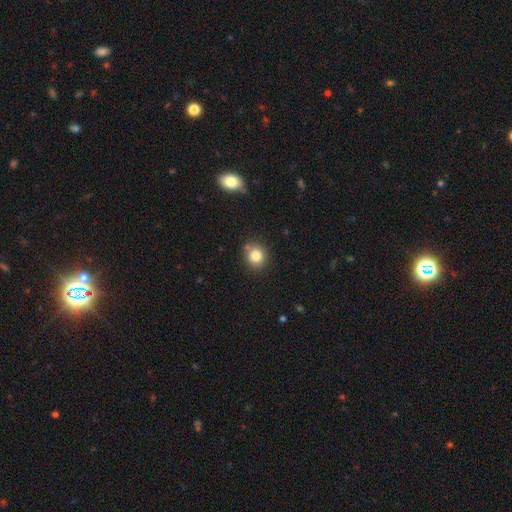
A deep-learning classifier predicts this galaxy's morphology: This is clearly a smooth galaxy (82%). How rounded: clearly round (85%). Merging: likely none (78%).